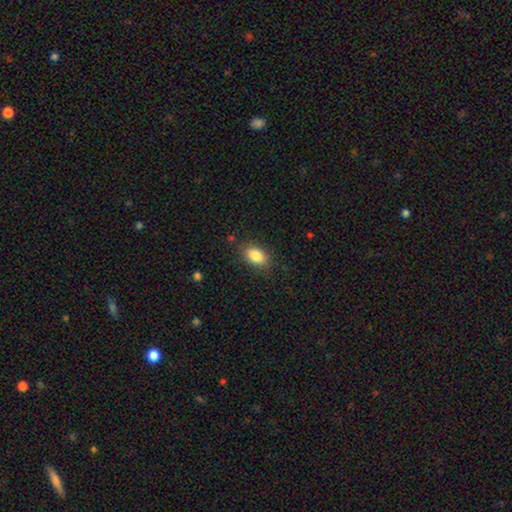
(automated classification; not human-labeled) Morphology: type=smooth (87%); roundness=in between (89%); merging=none (83%).